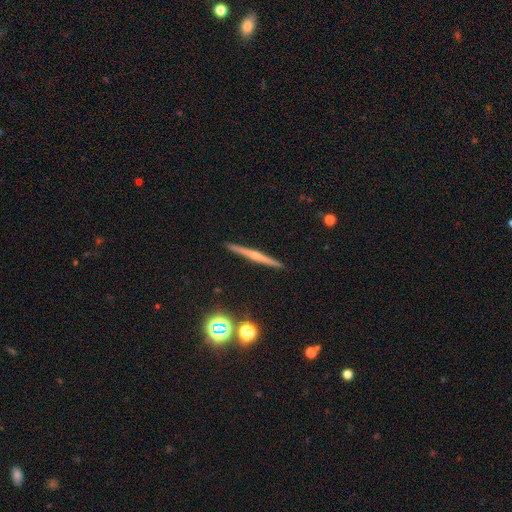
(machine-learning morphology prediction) type=featured or disk (63%); edge-on=yes (98%); edge-on bulge=rounded (57%); merging=none (92%).